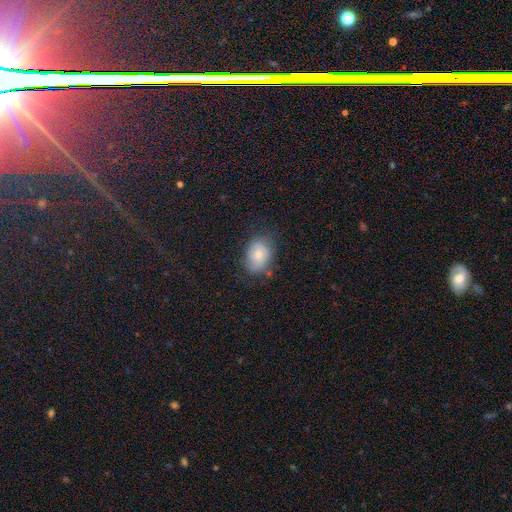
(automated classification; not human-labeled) The model was most divided on "merging": none: 63%, minor disturbance: 26%, major disturbance: 8%, merger: 3%. More confident: how rounded — in between (73%); smooth or featured — smooth (64%).